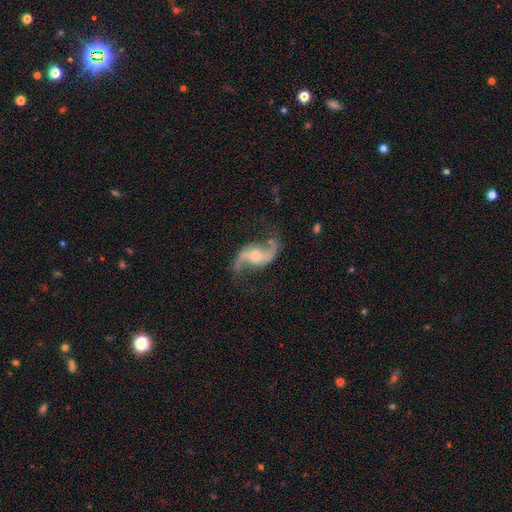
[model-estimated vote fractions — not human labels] A featured or disk galaxy (91%) with a weak bar (39%), 2 (94%) loose (81%) spiral arms (97%) and a moderate central bulge (53%). Merging: none (76%).